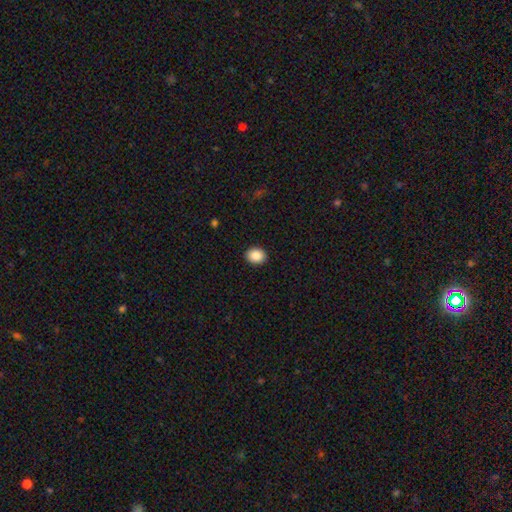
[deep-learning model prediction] A smooth galaxy with no disk features (88%) that is in between round and cigar-shaped (52%).

Vote fractions:
- Smooth or featured? smooth: 88% / star or artifact: 8% / featured or disk: 4%
- How rounded? in between: 52% / round: 47% / cigar-shaped: 1%
- Merging? none: 91% / minor disturbance: 6% / major disturbance: 2% / merger: 1%